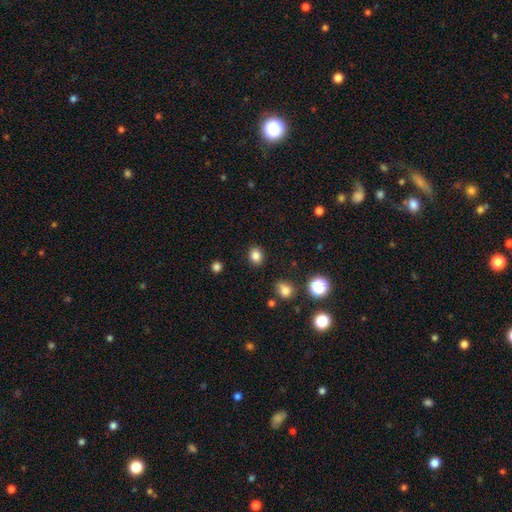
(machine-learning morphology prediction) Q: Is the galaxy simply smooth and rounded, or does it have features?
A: smooth — 84%.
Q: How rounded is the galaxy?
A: round — 52%.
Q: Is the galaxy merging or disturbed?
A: none — 87%.